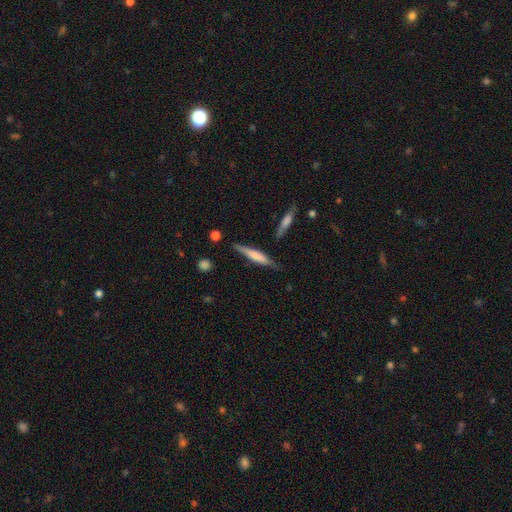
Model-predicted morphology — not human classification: Smooth or featured?
  - smooth: 56% *
  - featured or disk: 39%
  - star or artifact: 6%
How rounded?
  - cigar-shaped: 87% *
  - in between: 11%
  - round: 2%
Merging?
  - none: 72% *
  - minor disturbance: 19%
  - merger: 5%
  - major disturbance: 4%